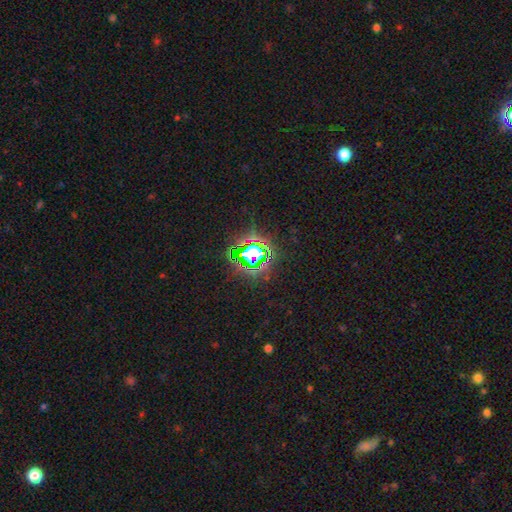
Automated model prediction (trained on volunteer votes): A star or artifact, not a galaxy (78%).